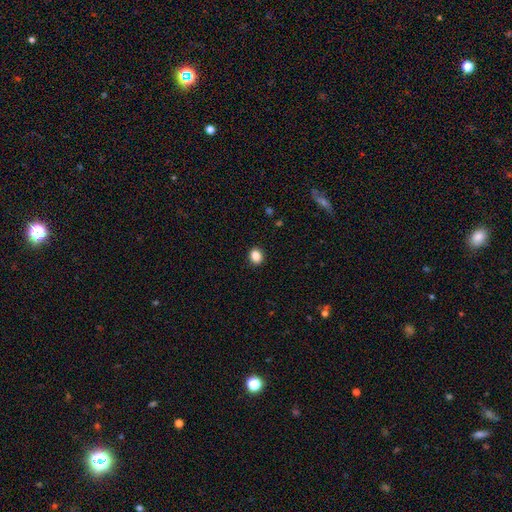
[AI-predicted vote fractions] This is clearly a smooth galaxy (86%). How rounded: possibly round (57%). Merging: clearly none (91%).